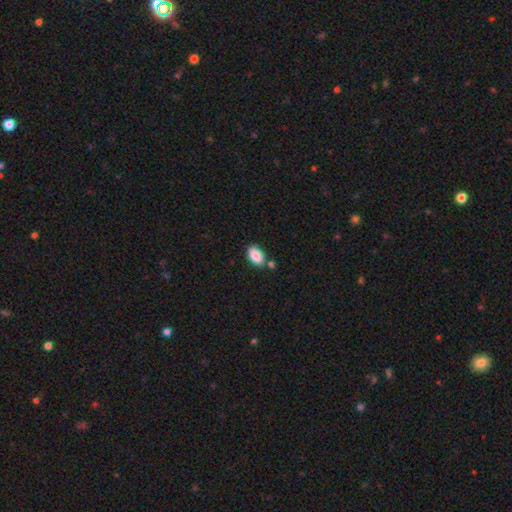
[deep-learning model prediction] smooth_or_featured: smooth (p=0.88) [alt: star or artifact p=0.07]
how_rounded: in between (p=0.93) [alt: round p=0.05]
merging: none (p=0.77) [alt: minor disturbance p=0.12]